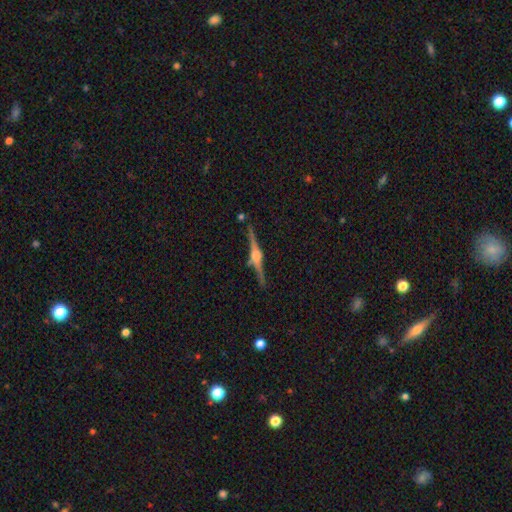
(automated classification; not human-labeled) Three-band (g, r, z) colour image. It shows a featured or disk galaxy (86%) viewed edge-on (98%) with a rounded central bulge (90%). Merging: none (88%).